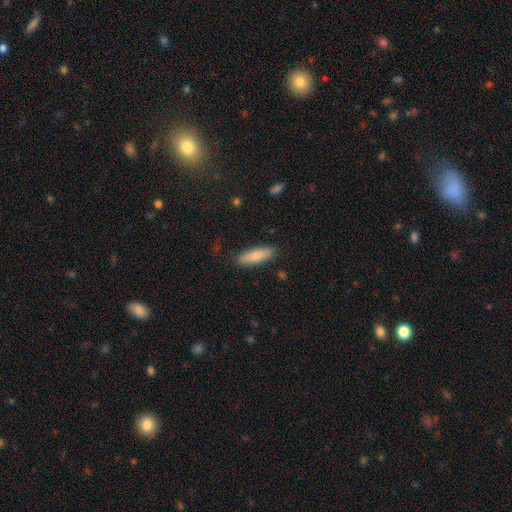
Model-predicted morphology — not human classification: Overall: smooth (78%). How rounded: cigar-shaped (57%; in between 41%). Merging: none (87%).